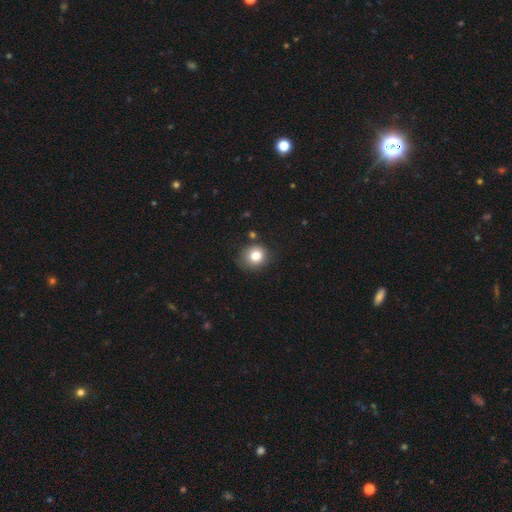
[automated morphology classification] This is clearly a smooth galaxy (81%). How rounded: clearly round (81%). Merging: likely none (79%).